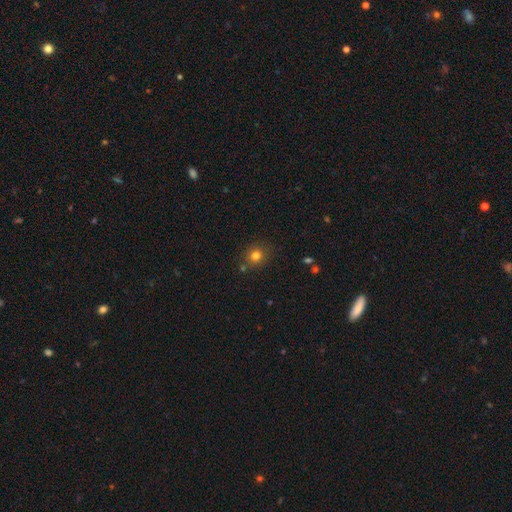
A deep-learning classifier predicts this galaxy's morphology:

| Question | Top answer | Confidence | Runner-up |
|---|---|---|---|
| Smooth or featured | smooth | 78% | star or artifact (15%) |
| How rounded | round | 81% | in between (18%) |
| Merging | none | 80% | minor disturbance (11%) |